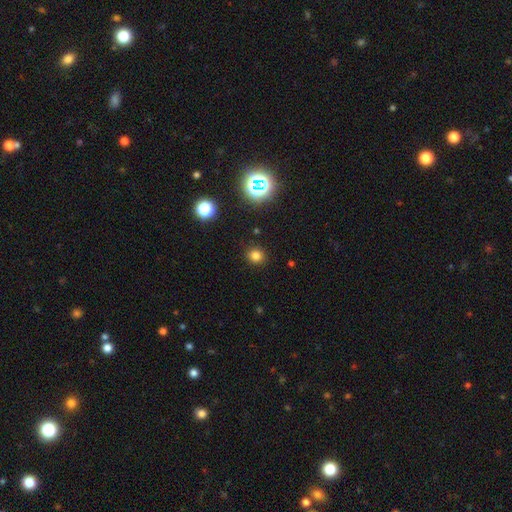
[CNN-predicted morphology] smooth-or-featured: smooth: 76% | star or artifact: 19% | featured or disk: 6%
  how-rounded: round: 84% | in between: 15% | cigar-shaped: 1%
  merging: none: 90% | minor disturbance: 7% | major disturbance: 2% | merger: 1%